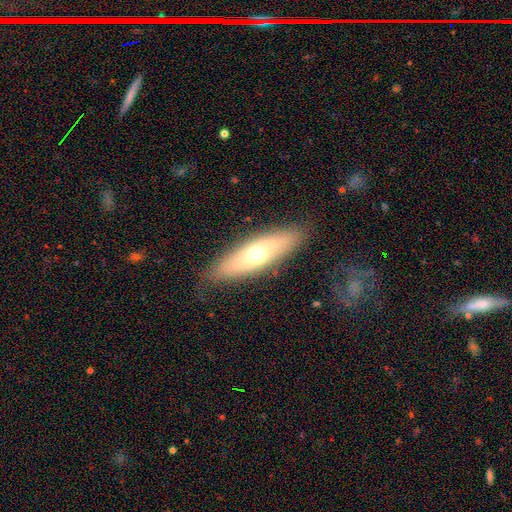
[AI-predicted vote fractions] A smooth galaxy with no disk features (52%) that is cigar-shaped (52%).

Vote fractions:
- Smooth or featured? smooth: 52% / featured or disk: 41% / star or artifact: 7%
- How rounded? cigar-shaped: 52% / in between: 46% / round: 2%
- Merging? none: 84% / minor disturbance: 11% / major disturbance: 3% / merger: 1%